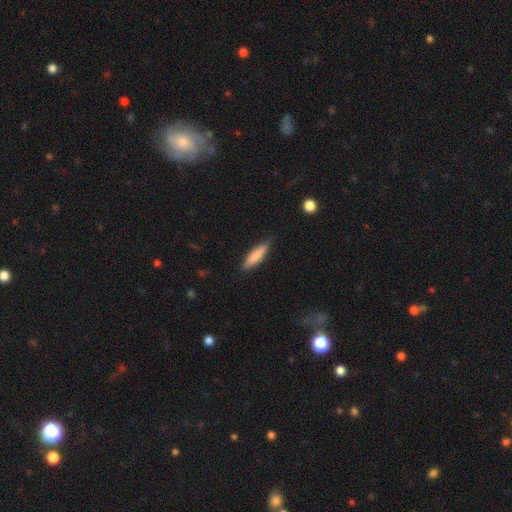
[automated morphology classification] Smooth or featured? Predicted: smooth (p=0.80). How rounded? Predicted: cigar-shaped (p=0.65). Merging? Predicted: none (p=0.84).